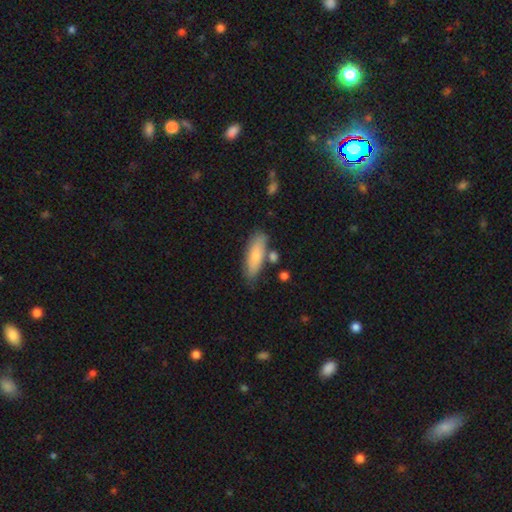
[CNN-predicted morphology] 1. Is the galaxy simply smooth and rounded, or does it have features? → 76% smooth, 18% featured or disk, 6% star or artifact.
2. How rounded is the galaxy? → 61% in between, 37% cigar-shaped, 2% round.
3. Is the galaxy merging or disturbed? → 71% none, 17% minor disturbance, 9% merger, 4% major disturbance.